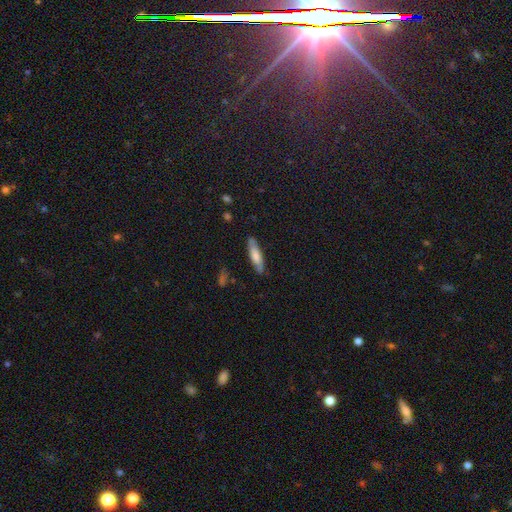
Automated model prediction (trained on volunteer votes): Q: Smooth or featured?
A: smooth (65%); runner-up: featured or disk (29%)
Q: How rounded?
A: cigar-shaped (68%); runner-up: in between (30%)
Q: Merging?
A: none (82%); runner-up: minor disturbance (13%)